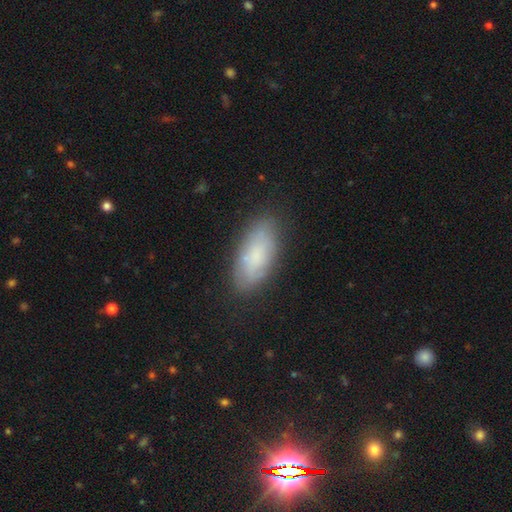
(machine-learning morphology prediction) Overall: smooth (71%). How rounded: in between (86%). Merging: none (79%).